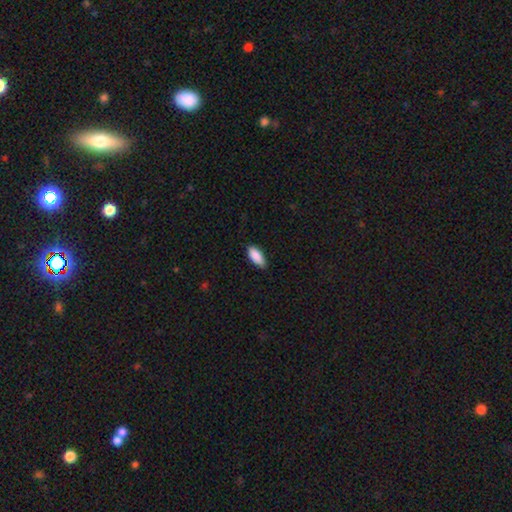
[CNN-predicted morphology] This is clearly a smooth galaxy (89%). How rounded: clearly in between (86%). Merging: clearly none (84%).